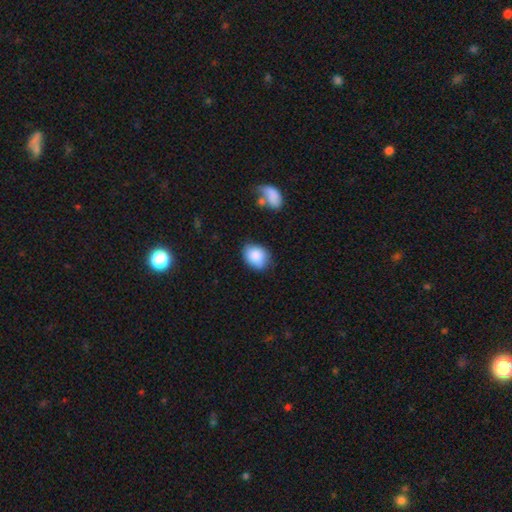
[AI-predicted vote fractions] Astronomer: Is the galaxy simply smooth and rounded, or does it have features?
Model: smooth — 87%.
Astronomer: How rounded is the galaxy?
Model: in between — 60% (runner-up: round, 39%).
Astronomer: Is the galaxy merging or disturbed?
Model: none — 70%.